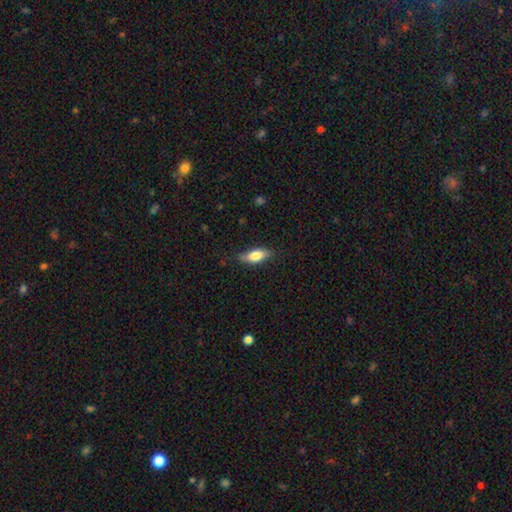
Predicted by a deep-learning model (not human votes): A smooth galaxy with no disk features (74%) that is in between round and cigar-shaped (74%). Merging: none (79%).